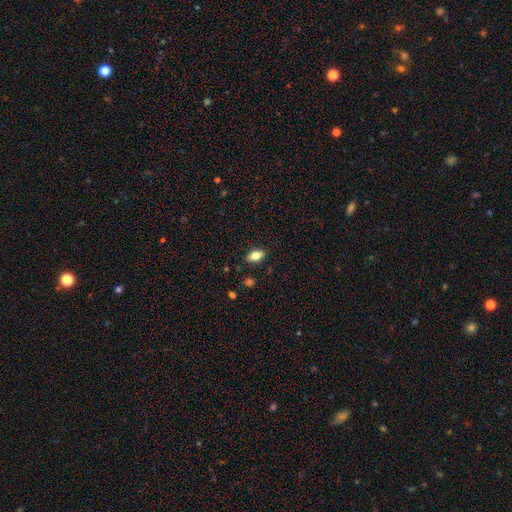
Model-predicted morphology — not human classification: smooth_or_featured: smooth (p=0.74) [alt: featured or disk p=0.18]
how_rounded: in between (p=0.87) [alt: cigar-shaped p=0.07]
merging: none (p=0.87) [alt: minor disturbance p=0.10]